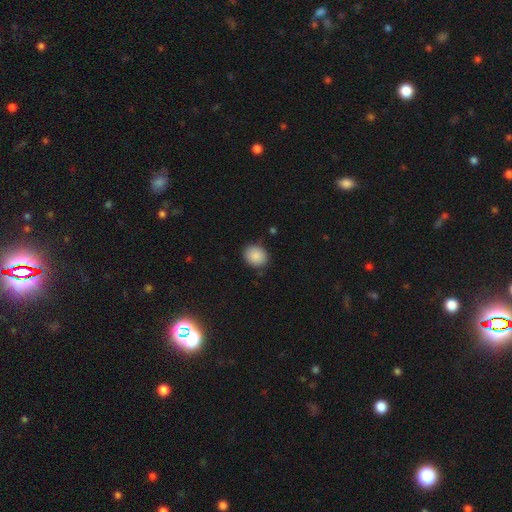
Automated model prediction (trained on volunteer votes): This appears to be a smooth galaxy with no disk features (88%) that is round (66%). Merging: none (85%).